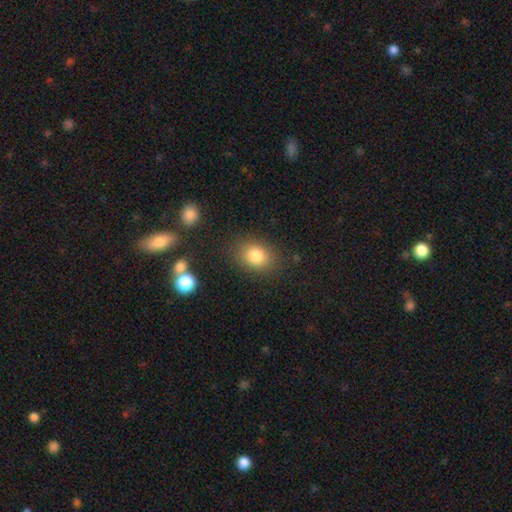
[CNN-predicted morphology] Smooth or featured? smooth (82%)
How rounded? in between (52%)
Merging? none (82%)